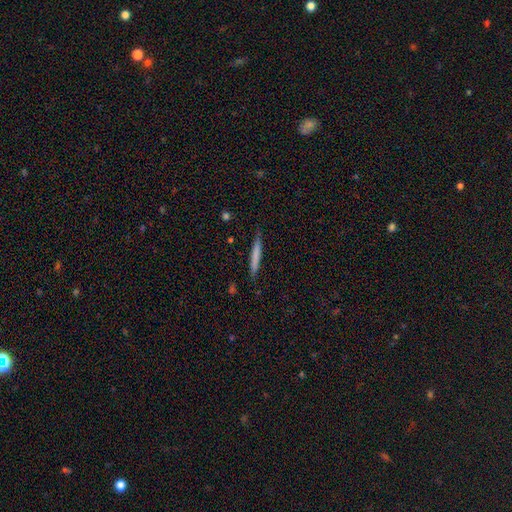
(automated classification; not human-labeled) smooth_or_featured: smooth (p=0.68) [alt: featured or disk p=0.27]
how_rounded: cigar-shaped (p=0.96) [alt: in between p=0.03]
merging: none (p=0.86) [alt: minor disturbance p=0.11]